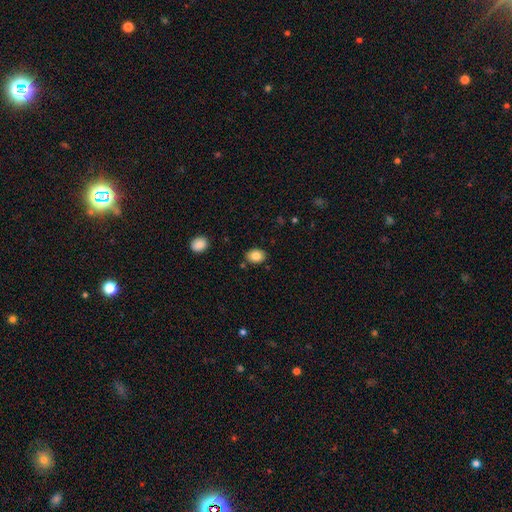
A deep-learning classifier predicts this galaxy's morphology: This is clearly a smooth galaxy (83%). How rounded: likely in between (64%). Merging: clearly none (84%).